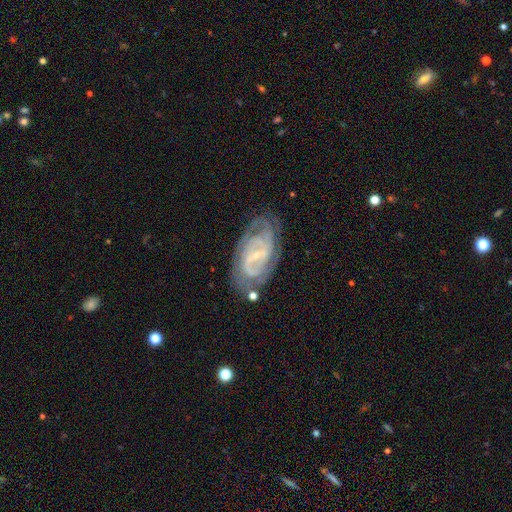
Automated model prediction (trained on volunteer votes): Q: Smooth or featured?
A: featured or disk (85%); runner-up: smooth (9%)
Q: Edge-on disk?
A: no (96%); runner-up: yes (4%)
Q: Bar?
A: weak (48%); runner-up: strong (26%)
Q: Spiral arms?
A: yes (95%); runner-up: no (5%)
Q: Spiral winding?
A: tight (54%); runner-up: medium (37%)
Q: Spiral arm count?
A: 2 (37%); runner-up: can't tell (27%)
Q: Bulge size?
A: small (76%); runner-up: moderate (11%)
Q: Merging?
A: none (68%); runner-up: minor disturbance (20%)